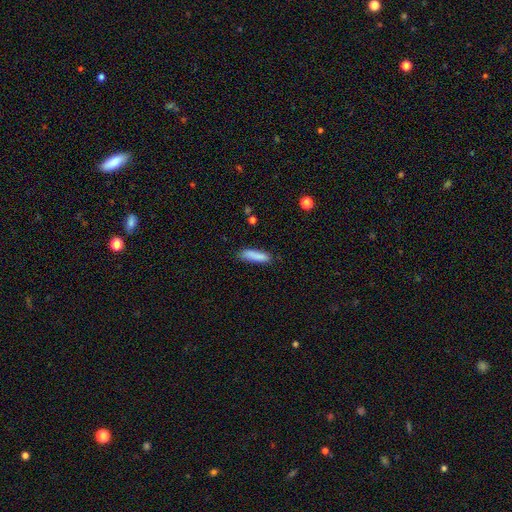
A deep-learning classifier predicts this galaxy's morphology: Smooth or featured? smooth (86%)
How rounded? cigar-shaped (69%)
Merging? none (78%)